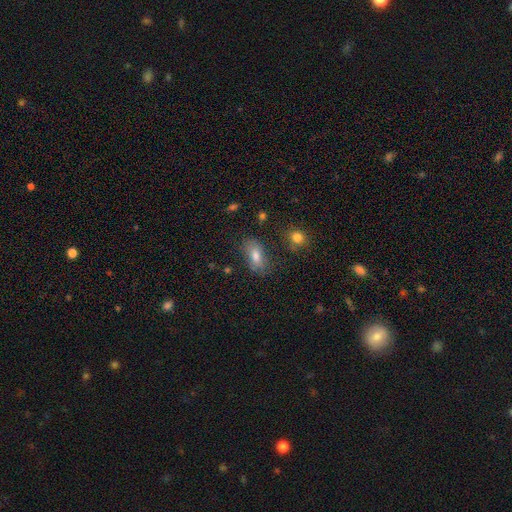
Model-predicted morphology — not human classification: type=smooth (73%); roundness=in between (87%); merging=none (69%).